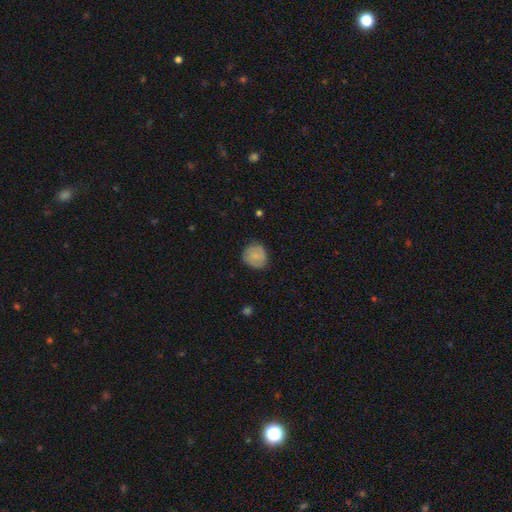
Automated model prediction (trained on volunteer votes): A smooth galaxy with no disk features (77%) that is round (87%). Merging: none (80%).